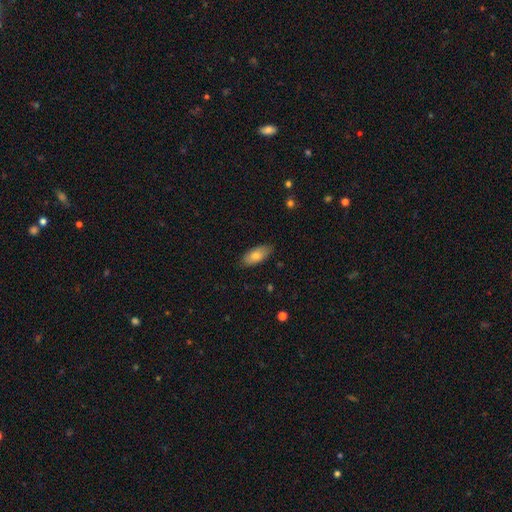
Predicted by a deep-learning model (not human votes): A smooth galaxy with no disk features (77%) that is in between round and cigar-shaped (88%). Merging: none (82%).